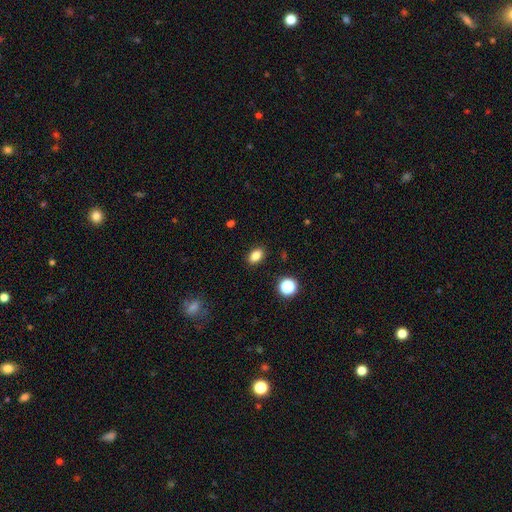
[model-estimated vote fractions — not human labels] A smooth galaxy with no disk features (83%) that is in between round and cigar-shaped (81%). Merging: none (89%).